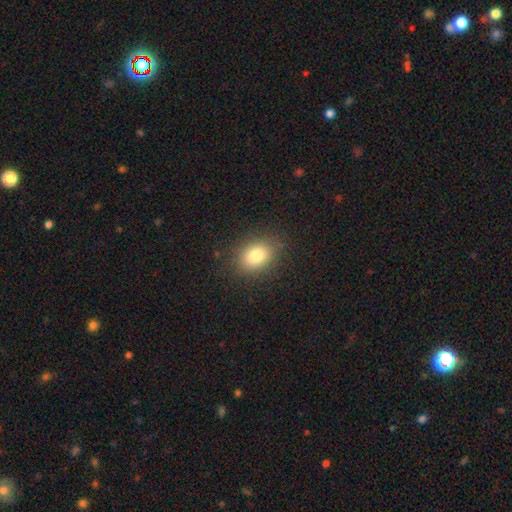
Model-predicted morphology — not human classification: smooth_or_featured: smooth (p=0.81) [alt: star or artifact p=0.11]
how_rounded: in between (p=0.63) [alt: round p=0.36]
merging: none (p=0.85) [alt: minor disturbance p=0.10]